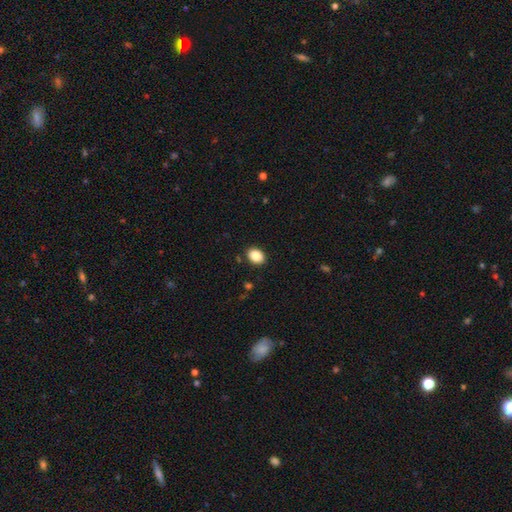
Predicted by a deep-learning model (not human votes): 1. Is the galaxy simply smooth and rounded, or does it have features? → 87% smooth, 8% star or artifact, 5% featured or disk.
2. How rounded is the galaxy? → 65% in between, 34% round, 1% cigar-shaped.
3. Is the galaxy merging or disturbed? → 89% none, 7% minor disturbance, 2% major disturbance, 1% merger.